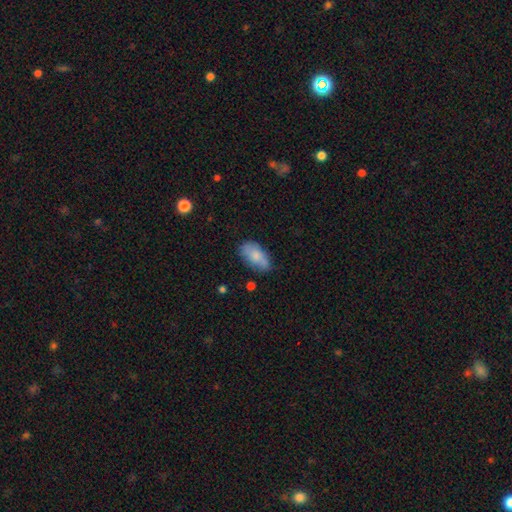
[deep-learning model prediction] Overall: smooth (77%). How rounded: in between (93%). Merging: none (64%; minor disturbance 26%).